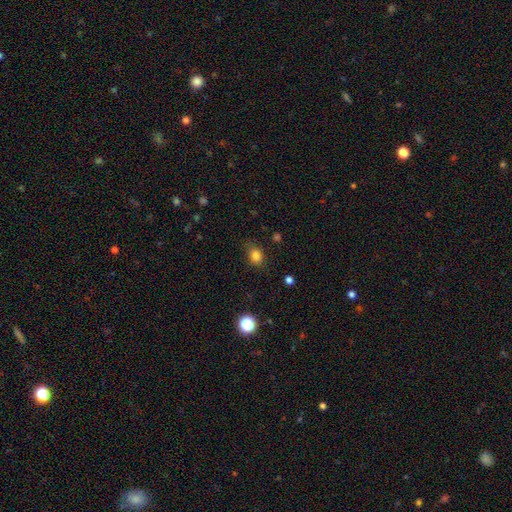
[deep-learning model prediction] Smooth or featured? Predicted: smooth (p=0.82). How rounded? Predicted: in between (p=0.50). Merging? Predicted: none (p=0.77).